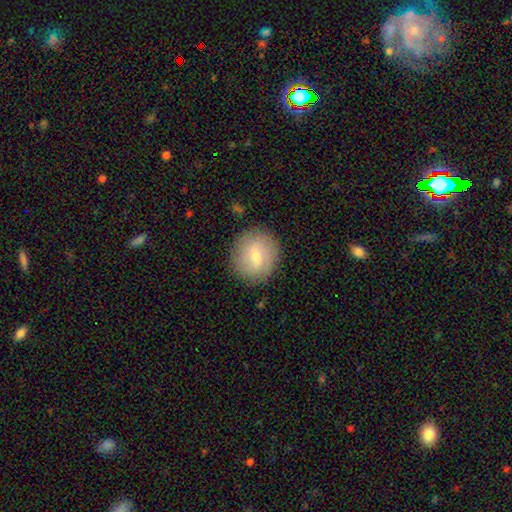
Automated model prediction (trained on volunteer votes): Smooth or featured? smooth (58%)
How rounded? round (83%)
Merging? none (86%)